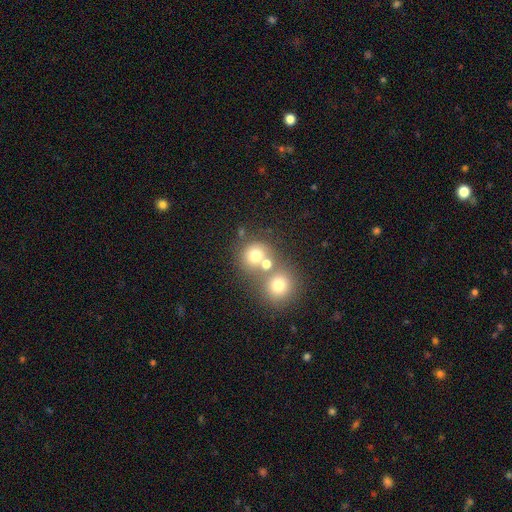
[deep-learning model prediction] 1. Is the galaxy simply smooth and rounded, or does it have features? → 70% smooth, 15% star or artifact, 15% featured or disk.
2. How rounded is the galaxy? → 84% round, 16% in between, 1% cigar-shaped.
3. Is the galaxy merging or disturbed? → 45% none, 43% merger, 8% minor disturbance, 4% major disturbance.